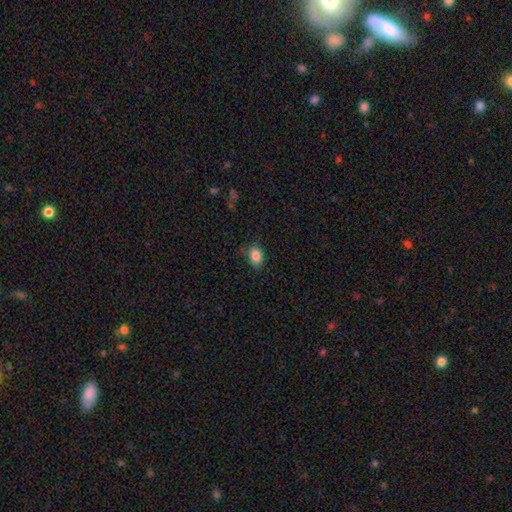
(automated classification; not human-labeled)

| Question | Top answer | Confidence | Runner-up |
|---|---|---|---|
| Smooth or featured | smooth | 85% | star or artifact (9%) |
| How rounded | in between | 81% | round (17%) |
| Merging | none | 76% | minor disturbance (19%) |